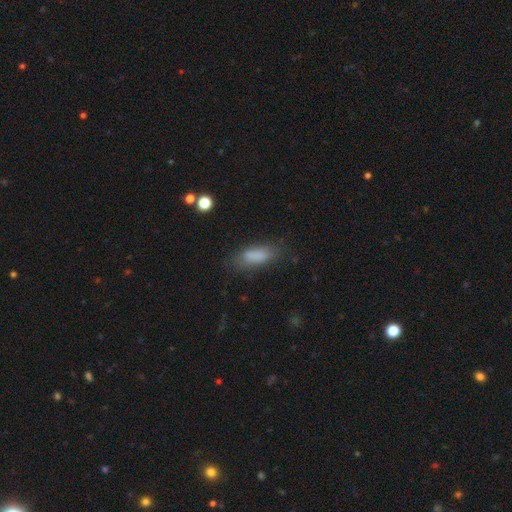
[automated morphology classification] Smooth or featured?
  - smooth: 82% *
  - star or artifact: 9%
  - featured or disk: 9%
How rounded?
  - in between: 69% *
  - cigar-shaped: 29%
  - round: 2%
Merging?
  - none: 73% *
  - minor disturbance: 18%
  - major disturbance: 6%
  - merger: 2%